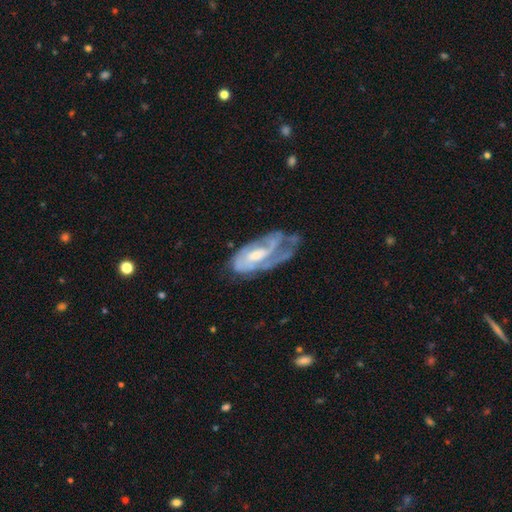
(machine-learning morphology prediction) Smooth or featured? featured or disk (80%)
Edge-on disk? no (93%)
Bar? no (49%)
Spiral arms? yes (89%)
Spiral winding? tight (46%)
Spiral arm count? 2 (42%)
Bulge size? moderate (53%)
Merging? none (43%)